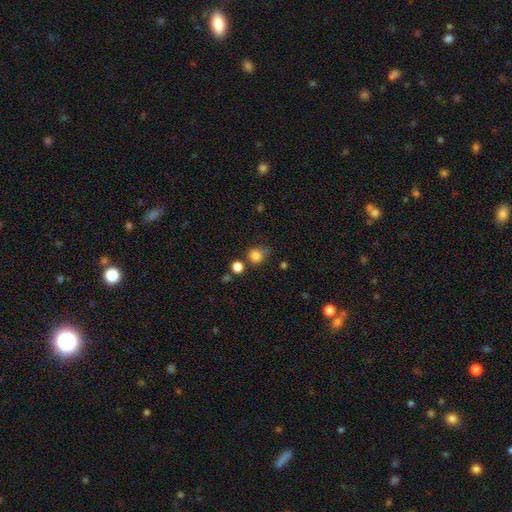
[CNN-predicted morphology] Smooth or featured?
  - smooth: 82% *
  - star or artifact: 13%
  - featured or disk: 5%
How rounded?
  - round: 83% *
  - in between: 16%
  - cigar-shaped: 1%
Merging?
  - none: 58% *
  - minor disturbance: 22%
  - merger: 11%
  - major disturbance: 8%